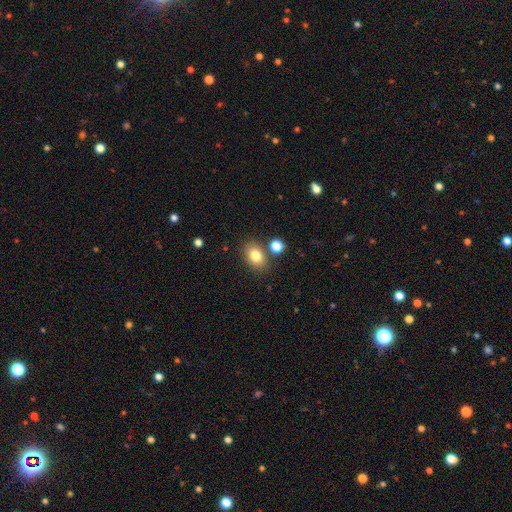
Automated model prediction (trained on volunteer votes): The model was most divided on "how rounded": in between: 69%, round: 30%, cigar-shaped: 1%. More confident: smooth or featured — smooth (81%); merging — none (76%).